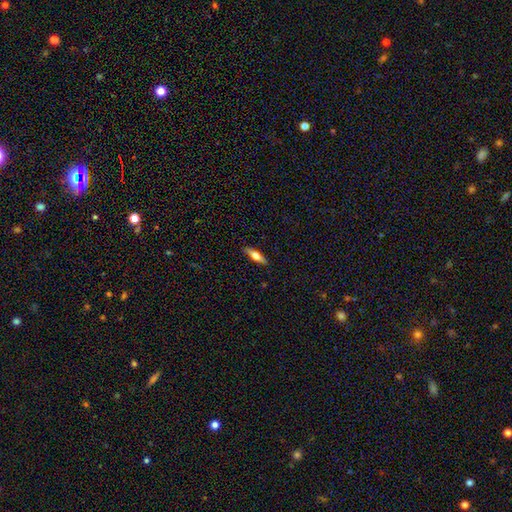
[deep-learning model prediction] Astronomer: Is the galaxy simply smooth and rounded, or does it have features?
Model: smooth — 60%.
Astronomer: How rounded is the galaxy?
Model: cigar-shaped — 52% (runner-up: in between, 46%).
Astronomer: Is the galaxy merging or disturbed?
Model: none — 87%.